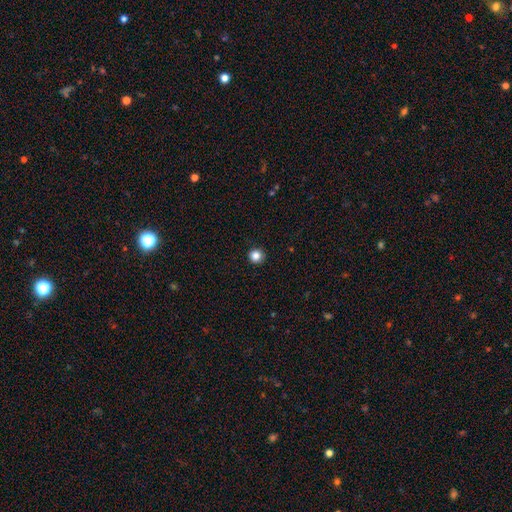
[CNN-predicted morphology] This appears to be a smooth galaxy with no disk features (85%) that is round (95%). Merging: none (93%).